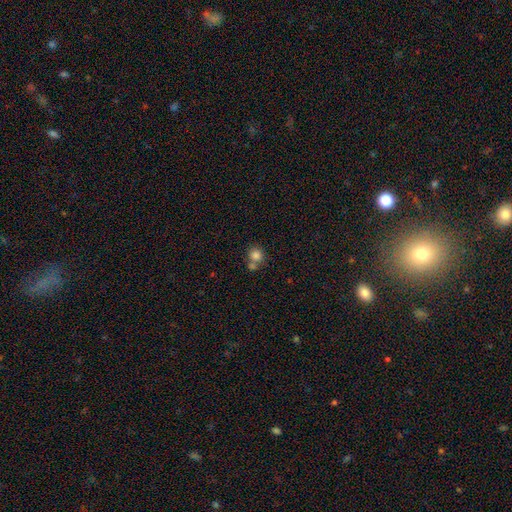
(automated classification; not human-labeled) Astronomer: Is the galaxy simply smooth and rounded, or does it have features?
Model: smooth — 82%.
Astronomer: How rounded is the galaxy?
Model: round — 85%.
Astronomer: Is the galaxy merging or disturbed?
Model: none — 51% (runner-up: merger, 36%).